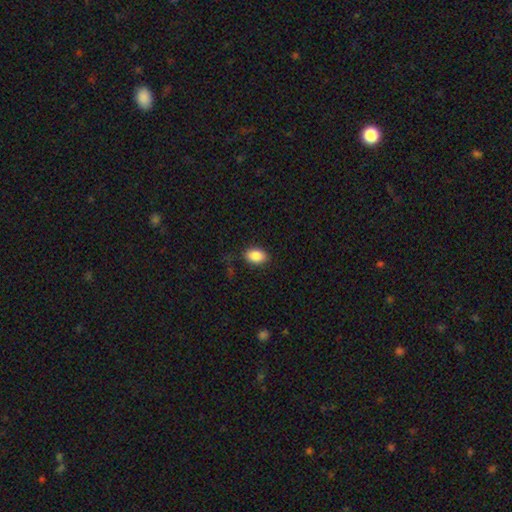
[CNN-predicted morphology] This appears to be a smooth galaxy with no disk features (88%) that is in between round and cigar-shaped (85%). Merging: none (85%).